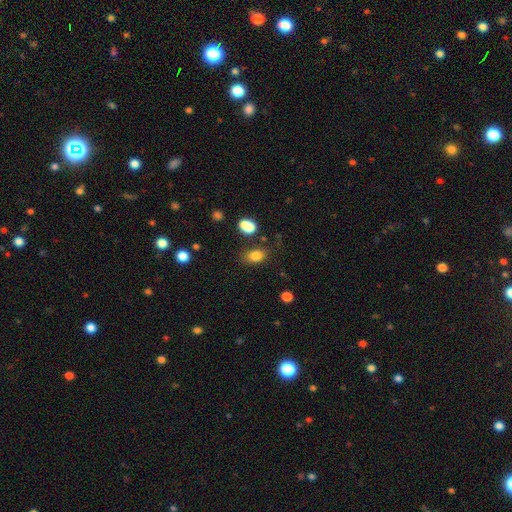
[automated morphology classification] Smooth or featured?
  - smooth: 82% *
  - star or artifact: 11%
  - featured or disk: 7%
How rounded?
  - in between: 78% *
  - round: 20%
  - cigar-shaped: 2%
Merging?
  - none: 76% *
  - minor disturbance: 15%
  - merger: 5%
  - major disturbance: 5%